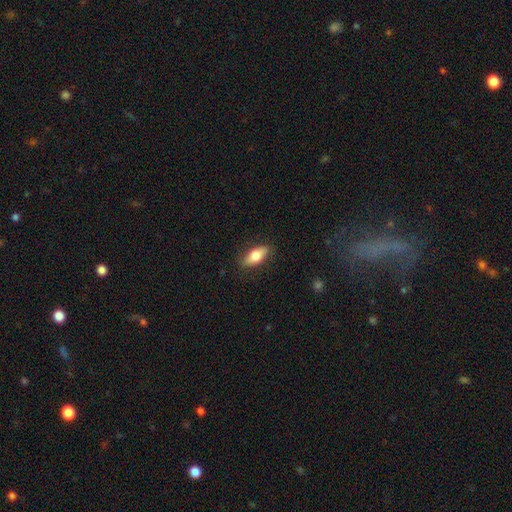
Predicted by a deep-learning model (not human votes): Overall: smooth (72%). How rounded: in between (81%). Merging: none (85%).